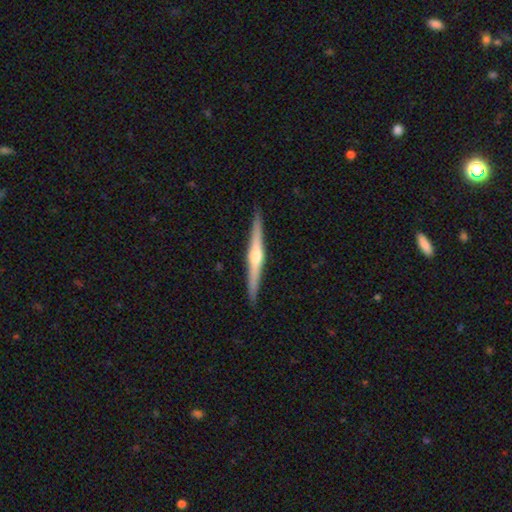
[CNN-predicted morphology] A featured or disk galaxy (77%) viewed edge-on (98%) with a rounded central bulge (91%). Merging: none (92%).